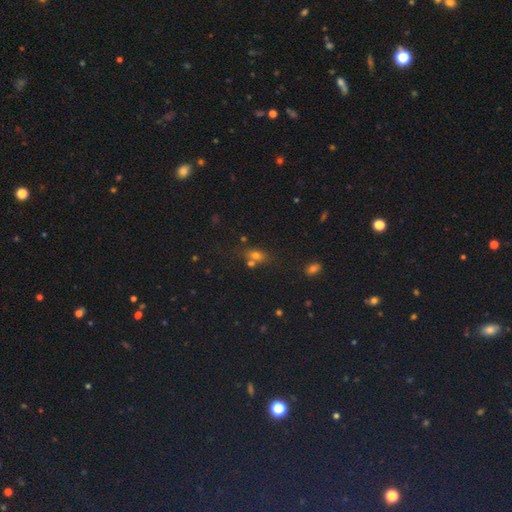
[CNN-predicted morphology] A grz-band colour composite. It shows a smooth galaxy with no disk features (64%) that is in between round and cigar-shaped (66%). Merging: none (55%).